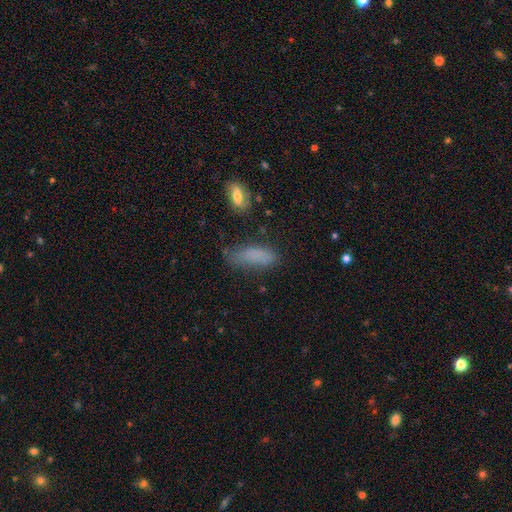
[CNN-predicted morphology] A smooth galaxy with no disk features (78%) that is in between round and cigar-shaped (63%). Merging: none (57%).